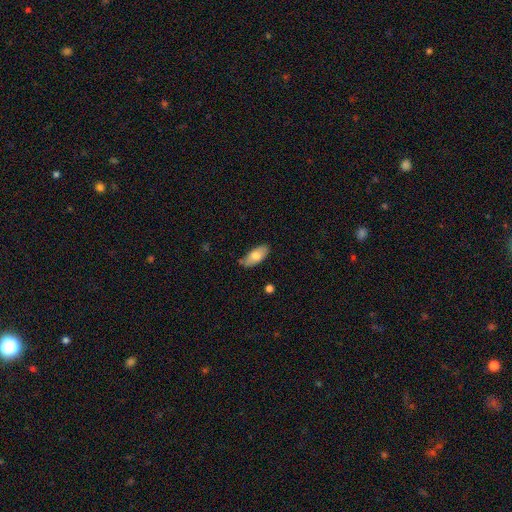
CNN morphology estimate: A smooth galaxy with no disk features (76%) that is in between round and cigar-shaped (88%).

Vote fractions:
- Smooth or featured? smooth: 76% / featured or disk: 18% / star or artifact: 6%
- How rounded? in between: 88% / cigar-shaped: 10% / round: 2%
- Merging? none: 75% / minor disturbance: 19% / major disturbance: 3% / merger: 2%